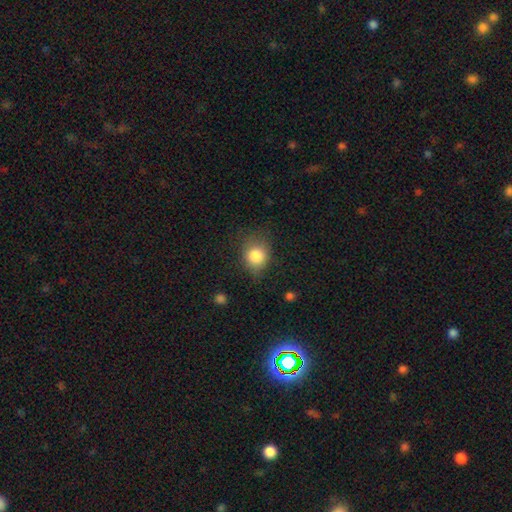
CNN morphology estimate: Smooth or featured: smooth — 82% (star or artifact — 10%)
How rounded: round — 63% (in between — 36%)
Merging: none — 65% (minor disturbance — 25%)